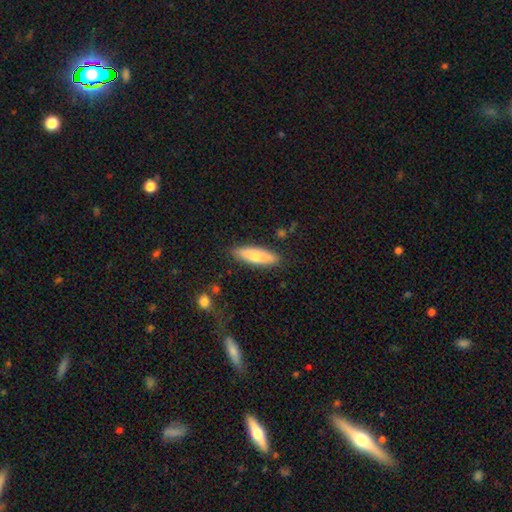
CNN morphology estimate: This appears to be a smooth galaxy with no disk features (73%) that is cigar-shaped (64%). Merging: none (86%).